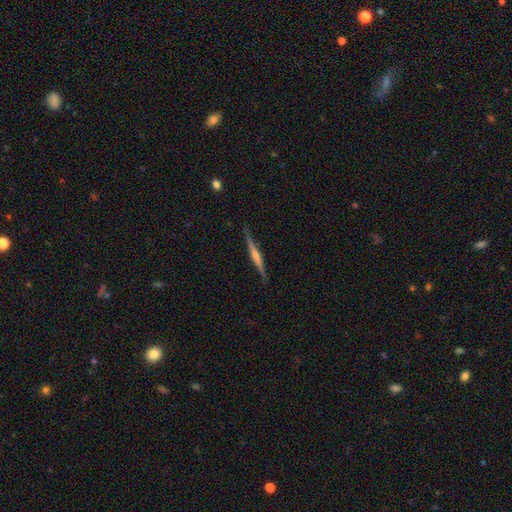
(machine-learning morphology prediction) A featured or disk galaxy (81%) viewed edge-on (98%) with a rounded central bulge (79%).

Vote fractions:
- Smooth or featured? featured or disk: 81% / smooth: 14% / star or artifact: 5%
- Edge-on disk? yes: 98% / no: 2%
- Edge-on bulge? rounded: 79% / none: 11% / boxy: 11%
- Merging? none: 88% / minor disturbance: 9% / major disturbance: 2% / merger: 1%